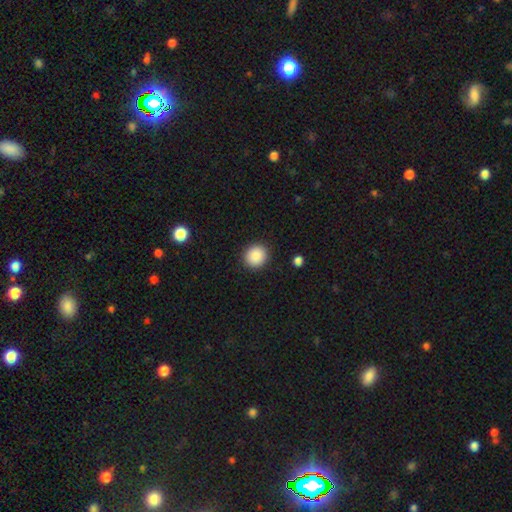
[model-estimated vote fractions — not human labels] smooth-or-featured: smooth: 89% | star or artifact: 8% | featured or disk: 3%
  how-rounded: round: 88% | in between: 11% | cigar-shaped: 1%
  merging: none: 91% | minor disturbance: 6% | major disturbance: 2% | merger: 1%